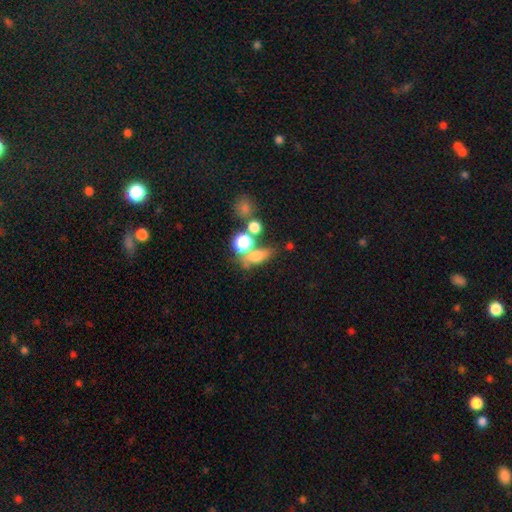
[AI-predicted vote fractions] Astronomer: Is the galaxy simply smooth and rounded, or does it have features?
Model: smooth — 64%.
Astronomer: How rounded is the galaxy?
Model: in between — 55% (runner-up: round, 33%).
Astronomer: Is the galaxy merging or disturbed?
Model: none — 48% (runner-up: merger, 31%).